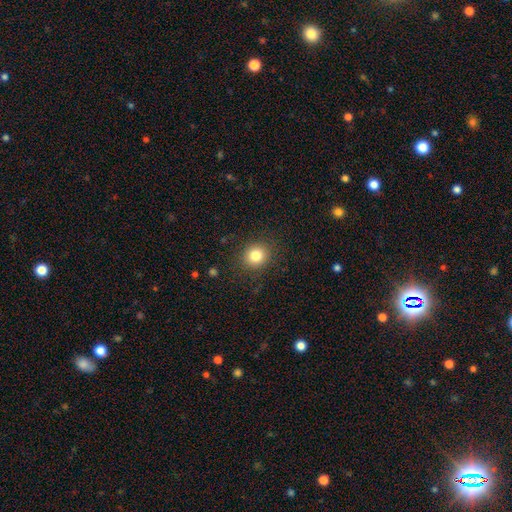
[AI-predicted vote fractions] smooth-or-featured: smooth: 82% | star or artifact: 12% | featured or disk: 6%
  how-rounded: round: 80% | in between: 19% | cigar-shaped: 1%
  merging: none: 88% | minor disturbance: 8% | major disturbance: 3% | merger: 1%